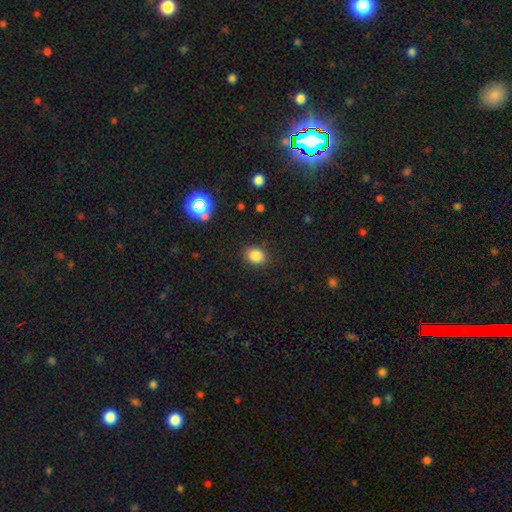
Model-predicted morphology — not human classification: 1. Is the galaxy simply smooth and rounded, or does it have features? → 84% smooth, 12% star or artifact, 4% featured or disk.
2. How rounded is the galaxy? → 55% round, 44% in between, 1% cigar-shaped.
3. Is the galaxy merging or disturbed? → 86% none, 10% minor disturbance, 3% major disturbance, 1% merger.